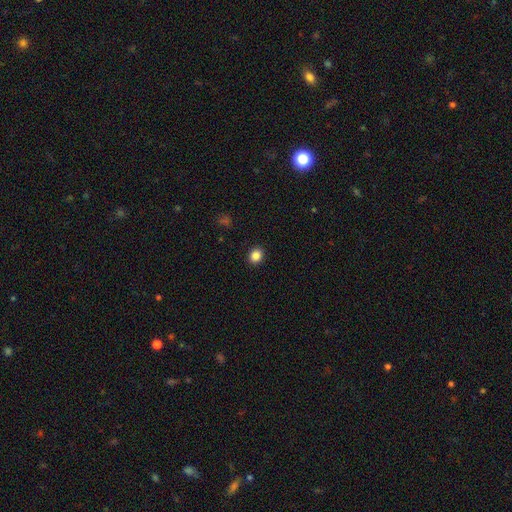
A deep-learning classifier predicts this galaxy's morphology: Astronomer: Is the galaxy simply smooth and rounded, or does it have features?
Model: smooth — 86%.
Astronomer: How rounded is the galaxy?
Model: round — 70%.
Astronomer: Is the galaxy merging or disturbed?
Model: none — 92%.